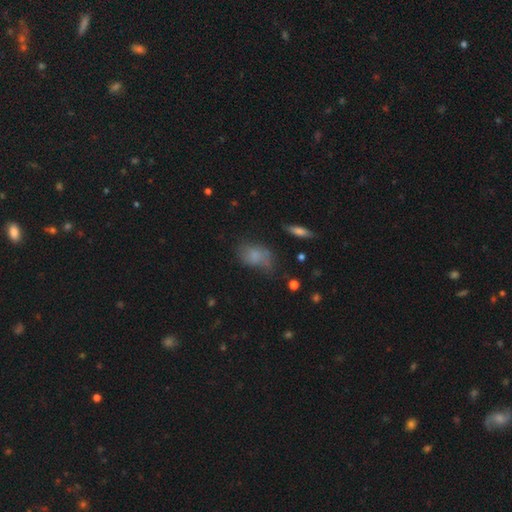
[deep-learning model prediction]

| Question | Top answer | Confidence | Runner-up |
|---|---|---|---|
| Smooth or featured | smooth | 72% | featured or disk (17%) |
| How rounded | in between | 82% | round (16%) |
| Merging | none | 46% | minor disturbance (34%) |